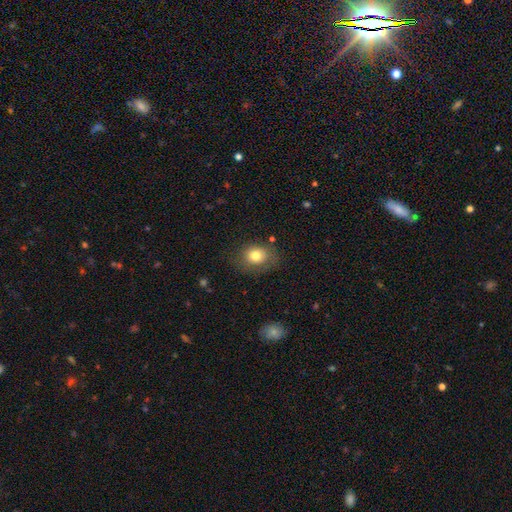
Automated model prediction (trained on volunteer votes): This is likely a smooth galaxy (77%). How rounded: possibly in between (50%). Merging: likely none (69%).